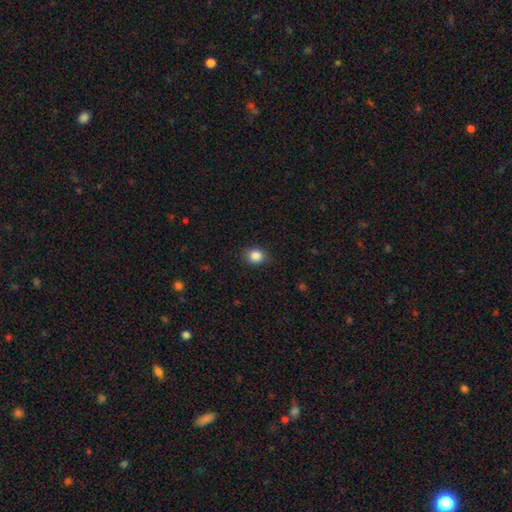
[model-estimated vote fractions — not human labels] Overall: smooth (86%). How rounded: round (70%). Merging: none (86%).